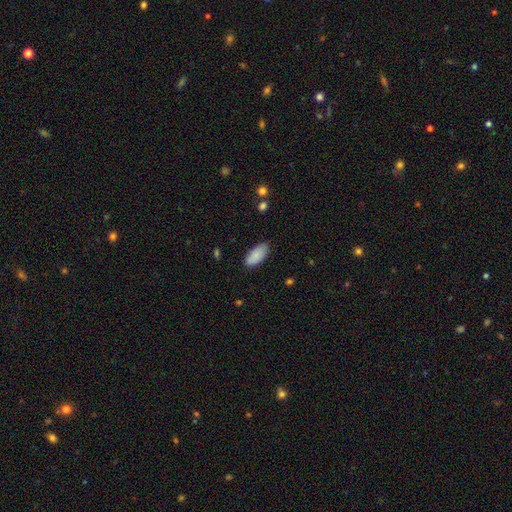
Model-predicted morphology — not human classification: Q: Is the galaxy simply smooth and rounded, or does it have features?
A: smooth — 88%.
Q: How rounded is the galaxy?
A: in between — 91%.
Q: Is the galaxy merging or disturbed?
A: none — 80%.